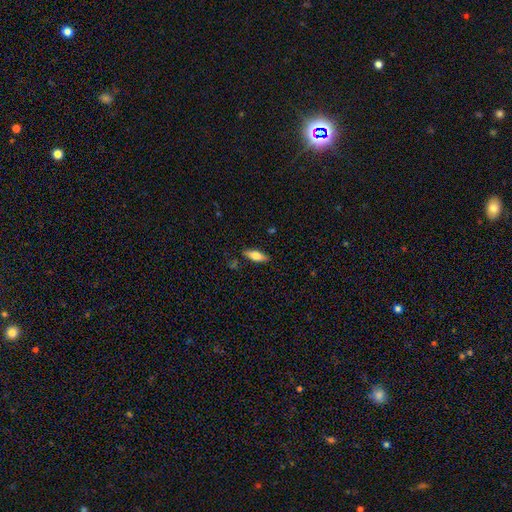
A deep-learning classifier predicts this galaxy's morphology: smooth-or-featured: smooth: 68% | featured or disk: 26% | star or artifact: 6%
  how-rounded: in between: 62% | cigar-shaped: 36% | round: 2%
  merging: none: 85% | minor disturbance: 11% | major disturbance: 2% | merger: 2%